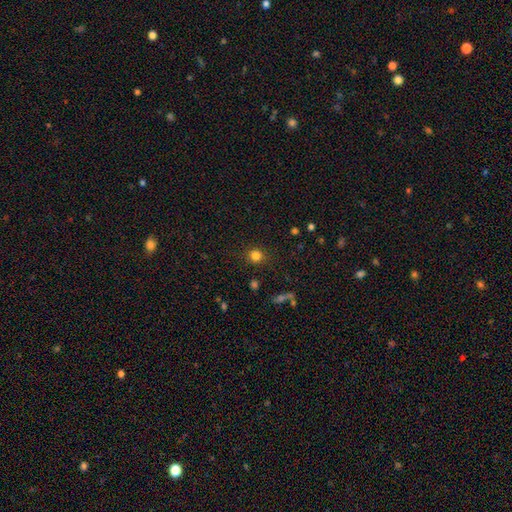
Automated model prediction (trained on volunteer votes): Smooth or featured? Predicted: smooth (p=0.81). How rounded? Predicted: round (p=0.90). Merging? Predicted: none (p=0.88).